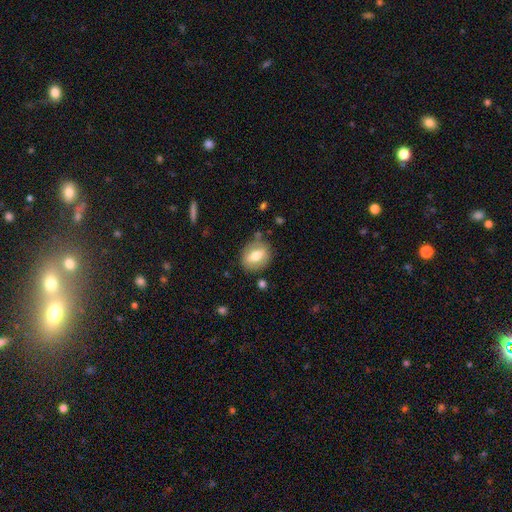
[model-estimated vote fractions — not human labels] The model was most divided on "how rounded": round: 51%, in between: 47%, cigar-shaped: 2%. More confident: merging — none (78%); smooth or featured — smooth (59%).